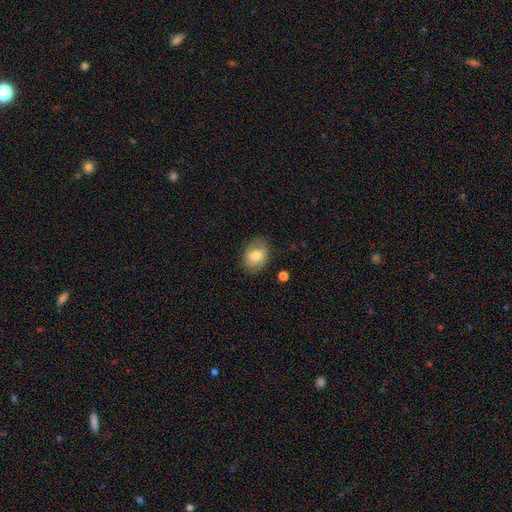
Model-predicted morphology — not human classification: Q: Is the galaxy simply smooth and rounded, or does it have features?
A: smooth — 68%.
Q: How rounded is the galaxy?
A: in between — 71%.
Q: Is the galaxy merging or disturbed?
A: none — 76%.